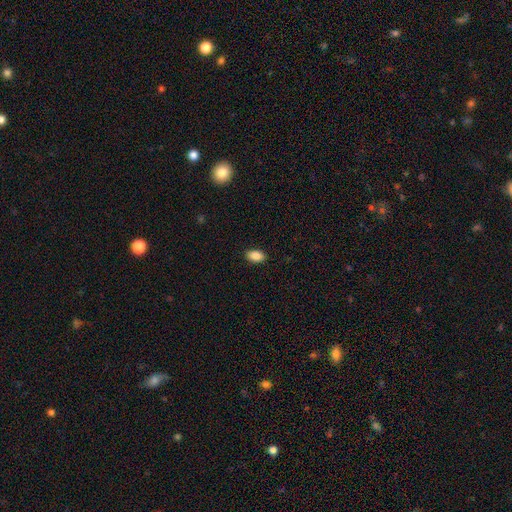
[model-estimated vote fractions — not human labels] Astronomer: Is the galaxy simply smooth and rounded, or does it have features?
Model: smooth — 86%.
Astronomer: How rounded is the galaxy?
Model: in between — 91%.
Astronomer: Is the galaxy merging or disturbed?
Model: none — 89%.